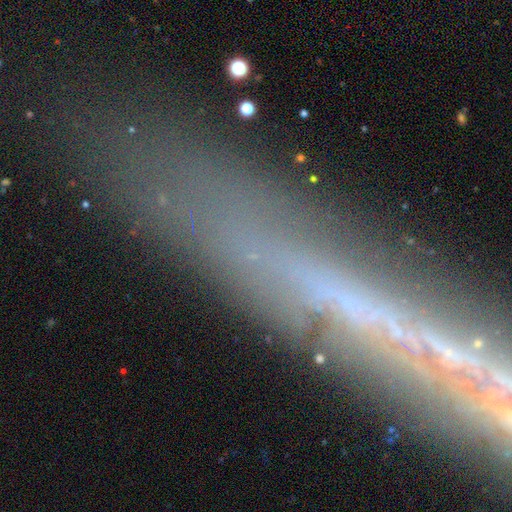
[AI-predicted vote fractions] Smooth or featured: featured or disk — 44% (smooth — 31%)
Merging: none — 76% (minor disturbance — 14%)